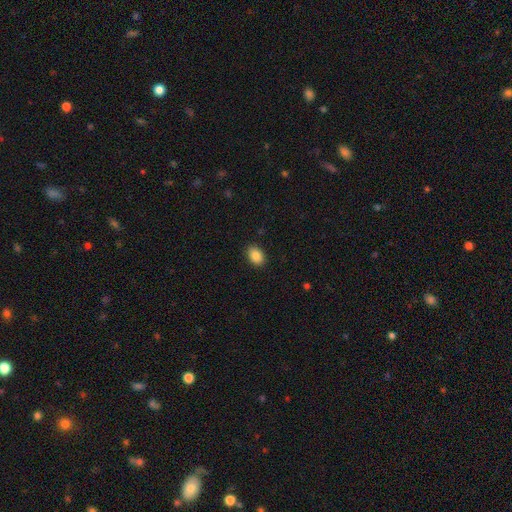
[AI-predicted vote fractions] Smooth or featured: smooth — 87% (star or artifact — 8%)
How rounded: in between — 80% (round — 19%)
Merging: none — 89% (minor disturbance — 8%)